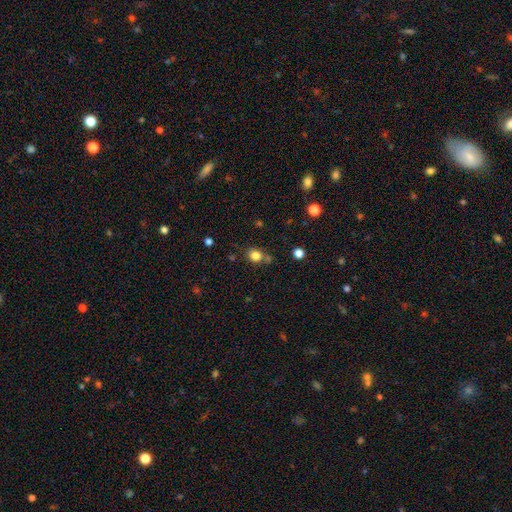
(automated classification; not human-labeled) smooth_or_featured: smooth (p=0.81) [alt: star or artifact p=0.13]
how_rounded: round (p=0.69) [alt: in between p=0.30]
merging: none (p=0.70) [alt: minor disturbance p=0.15]